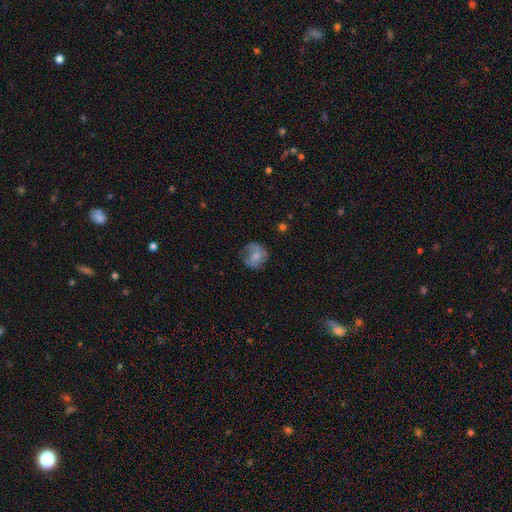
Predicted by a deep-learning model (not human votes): smooth-or-featured: smooth: 63% | featured or disk: 28% | star or artifact: 9%
  how-rounded: round: 72% | in between: 27% | cigar-shaped: 1%
  merging: none: 49% | minor disturbance: 28% | major disturbance: 21% | merger: 3%